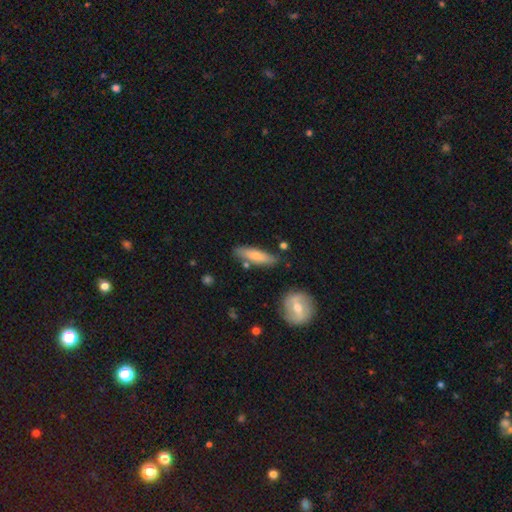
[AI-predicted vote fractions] Overall: smooth (66%; featured or disk 28%). How rounded: cigar-shaped (62%; in between 36%). Merging: none (78%).